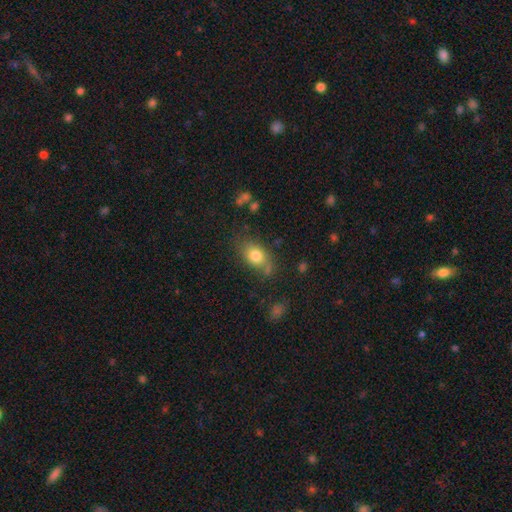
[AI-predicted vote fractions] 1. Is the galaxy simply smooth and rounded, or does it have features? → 78% smooth, 13% featured or disk, 9% star or artifact.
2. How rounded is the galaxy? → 79% in between, 19% round, 2% cigar-shaped.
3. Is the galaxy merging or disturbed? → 64% none, 22% minor disturbance, 8% major disturbance, 5% merger.